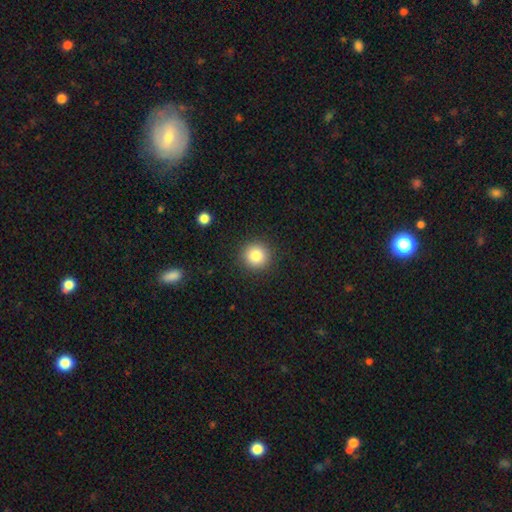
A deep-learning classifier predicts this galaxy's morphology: Smooth or featured?
  - smooth: 83% *
  - star or artifact: 10%
  - featured or disk: 6%
How rounded?
  - round: 94% *
  - in between: 5%
  - cigar-shaped: 1%
Merging?
  - none: 91% *
  - minor disturbance: 6%
  - major disturbance: 2%
  - merger: 1%